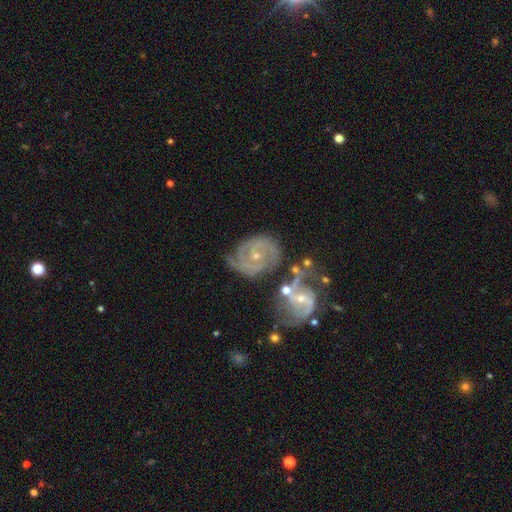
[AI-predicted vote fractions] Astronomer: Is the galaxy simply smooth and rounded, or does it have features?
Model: featured or disk — 87%.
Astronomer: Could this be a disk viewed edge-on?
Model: no — 97%.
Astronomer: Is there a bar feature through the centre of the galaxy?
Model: no — 64%.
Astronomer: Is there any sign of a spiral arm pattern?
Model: yes — 97%.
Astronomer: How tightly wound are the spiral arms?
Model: tight — 57% (runner-up: medium, 36%).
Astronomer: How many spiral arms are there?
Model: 2 — 54%.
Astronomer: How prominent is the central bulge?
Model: small — 71%.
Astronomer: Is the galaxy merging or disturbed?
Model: none — 49%.